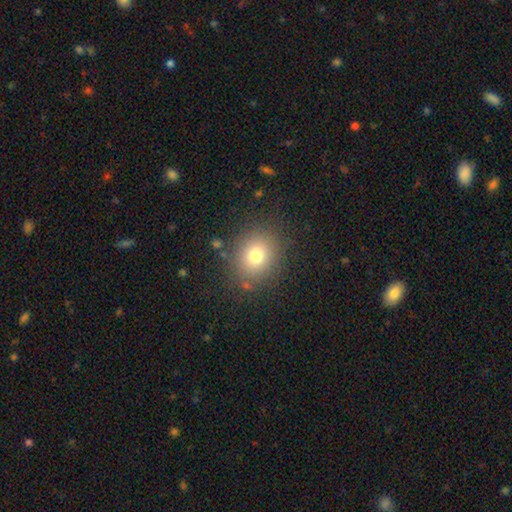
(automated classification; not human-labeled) Smooth or featured: smooth — 74% (star or artifact — 14%)
How rounded: round — 69% (in between — 30%)
Merging: none — 83% (minor disturbance — 10%)